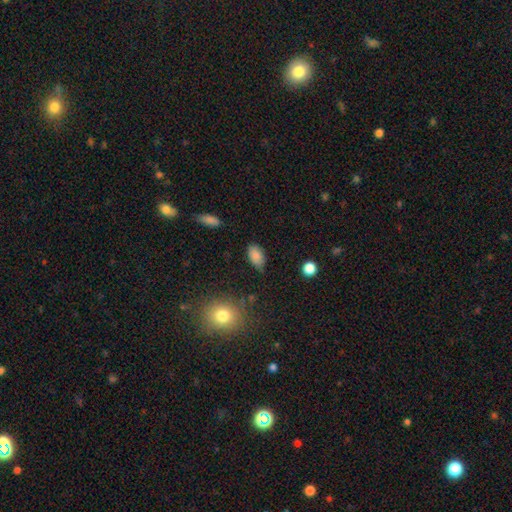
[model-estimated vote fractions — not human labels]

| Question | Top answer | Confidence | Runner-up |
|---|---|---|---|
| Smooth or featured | smooth | 83% | star or artifact (9%) |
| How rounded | in between | 92% | round (6%) |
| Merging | none | 69% | minor disturbance (24%) |